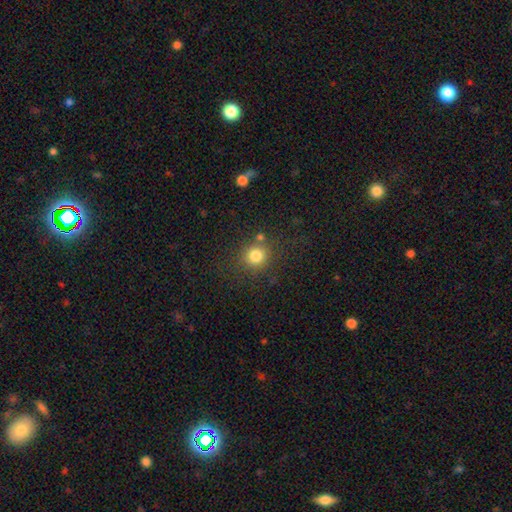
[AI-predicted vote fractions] Smooth or featured? smooth (81%)
How rounded? round (88%)
Merging? none (77%)